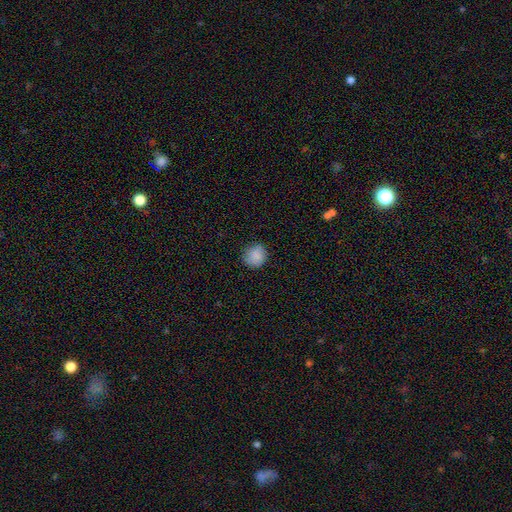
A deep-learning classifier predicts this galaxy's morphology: This is clearly a smooth galaxy (88%). How rounded: clearly round (85%). Merging: clearly none (85%).